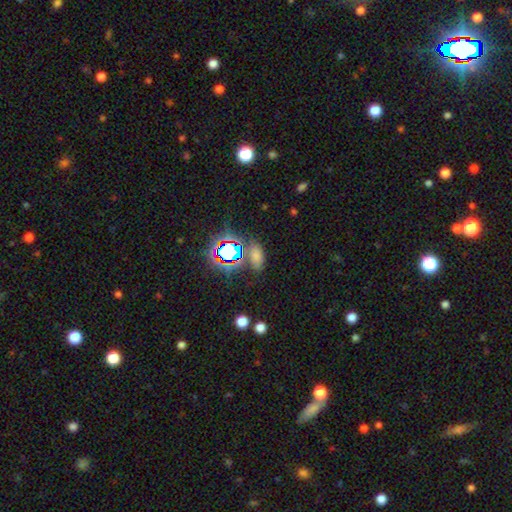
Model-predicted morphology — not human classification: Q: Smooth or featured?
A: smooth (55%); runner-up: star or artifact (35%)
Q: How rounded?
A: in between (82%); runner-up: round (11%)
Q: Merging?
A: none (72%); runner-up: minor disturbance (15%)